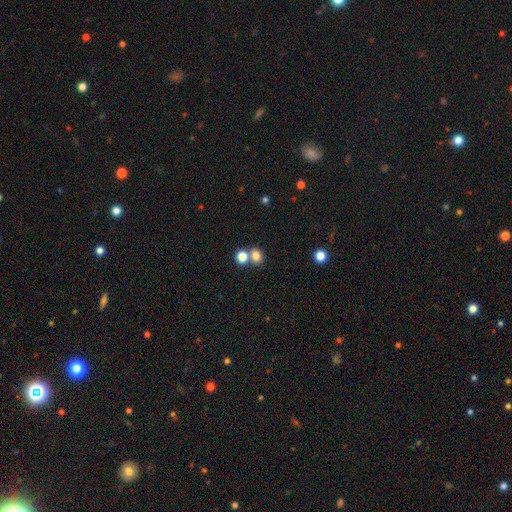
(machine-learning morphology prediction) smooth 79%, star or artifact 13%, featured or disk 7%. Down the decision tree: how rounded — round (60%); merging — none (50%).